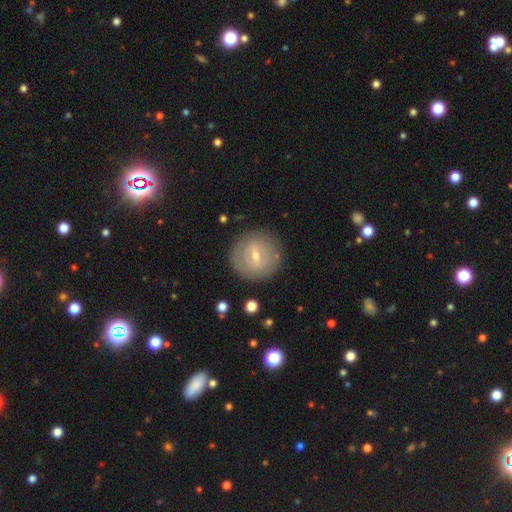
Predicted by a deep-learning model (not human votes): Smooth or featured? Predicted: featured or disk (p=0.51). Edge-on disk? Predicted: no (p=0.90). Merging? Predicted: none (p=0.87).